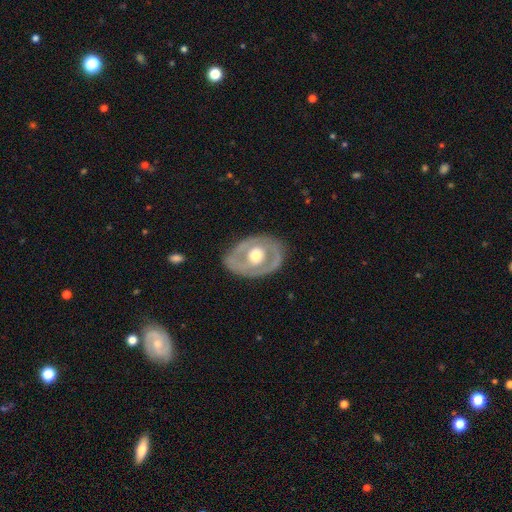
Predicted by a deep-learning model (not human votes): Smooth or featured?
  - featured or disk: 68% *
  - smooth: 27%
  - star or artifact: 4%
Edge-on disk?
  - no: 93% *
  - yes: 7%
Bar?
  - no: 77% *
  - weak: 17%
  - strong: 6%
Spiral arms?
  - no: 68% *
  - yes: 32%
Bulge size?
  - moderate: 67% *
  - large: 23%
  - small: 7%
  - dominant: 1%
  - none: 1%
Merging?
  - none: 80% *
  - minor disturbance: 14%
  - major disturbance: 5%
  - merger: 1%